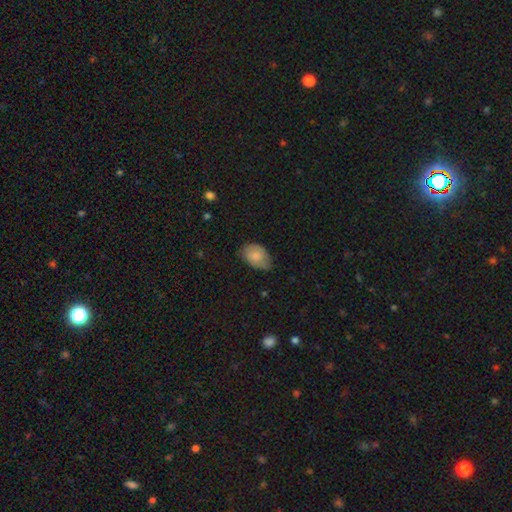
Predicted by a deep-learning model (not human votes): This appears to be a smooth galaxy with no disk features (77%) that is in between round and cigar-shaped (84%). Merging: none (55%).